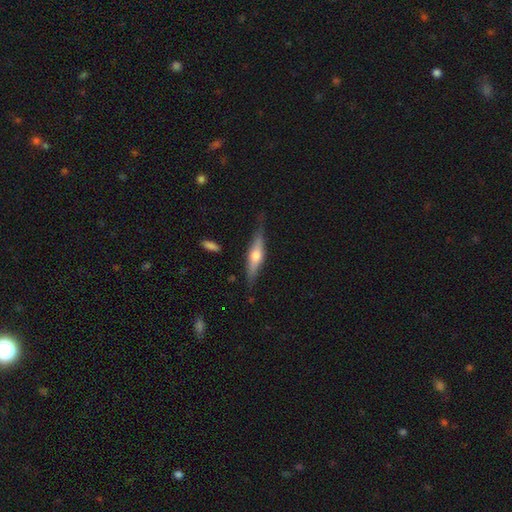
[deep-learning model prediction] Smooth or featured? featured or disk (60%)
Edge-on disk? yes (94%)
Edge-on bulge? rounded (89%)
Merging? none (74%)